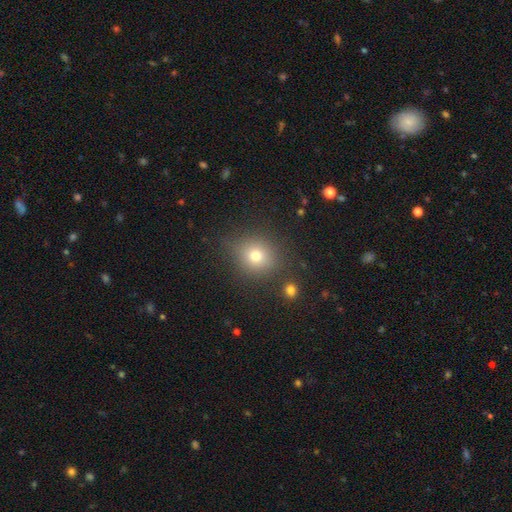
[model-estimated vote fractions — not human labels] Smooth or featured? Predicted: smooth (p=0.74). How rounded? Predicted: round (p=0.75). Merging? Predicted: none (p=0.82).